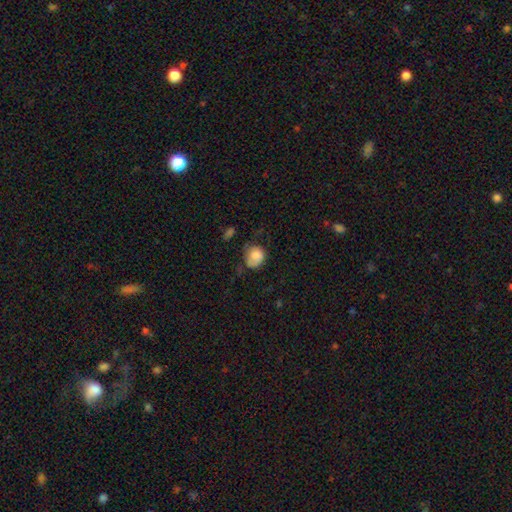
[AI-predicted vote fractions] A smooth galaxy with no disk features (78%) that is round (63%).

Vote fractions:
- Smooth or featured? smooth: 78% / featured or disk: 14% / star or artifact: 8%
- How rounded? round: 63% / in between: 36% / cigar-shaped: 1%
- Merging? none: 39% / minor disturbance: 37% / major disturbance: 21% / merger: 4%